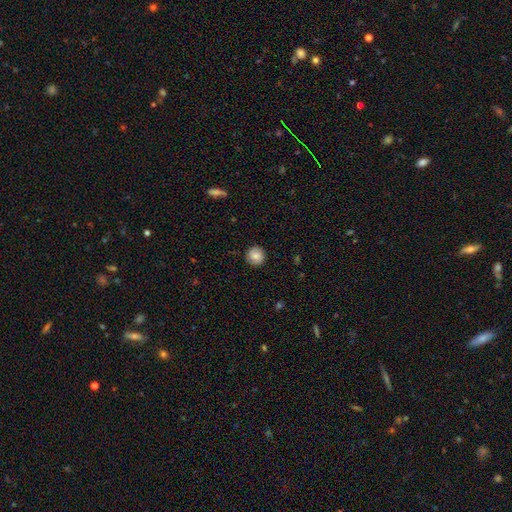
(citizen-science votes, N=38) smooth_or_featured: smooth (p=0.58) [alt: featured or disk p=0.32]
how_rounded: round (p=0.95) [alt: in between p=0.05]
merging: none (p=0.91) [alt: minor disturbance p=0.06]